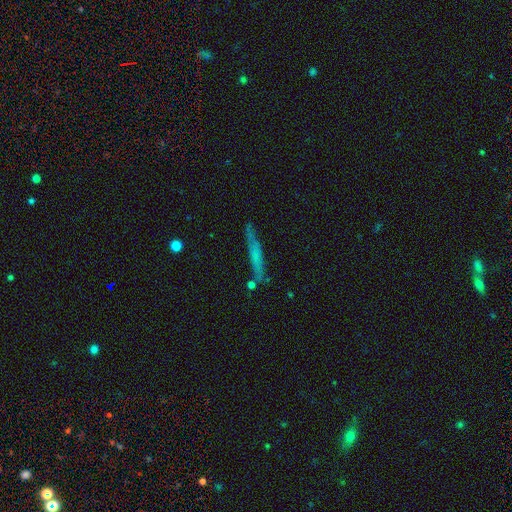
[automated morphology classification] smooth_or_featured: smooth (p=0.51) [alt: featured or disk p=0.40]
how_rounded: cigar-shaped (p=0.94) [alt: in between p=0.04]
merging: none (p=0.79) [alt: minor disturbance p=0.14]